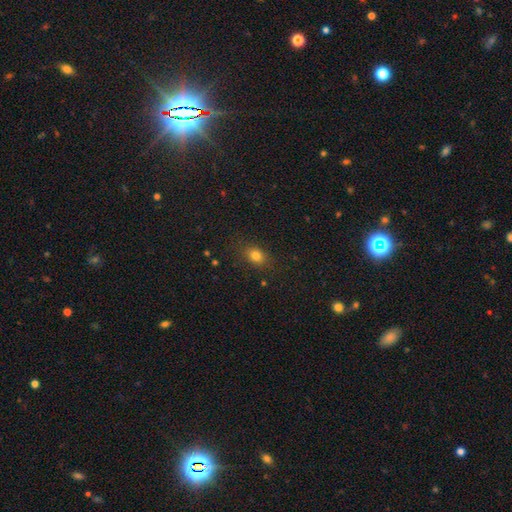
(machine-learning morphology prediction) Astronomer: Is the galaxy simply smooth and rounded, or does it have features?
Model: smooth — 79%.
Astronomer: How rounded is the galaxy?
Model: in between — 60% (runner-up: round, 38%).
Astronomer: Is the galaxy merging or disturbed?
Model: none — 83%.